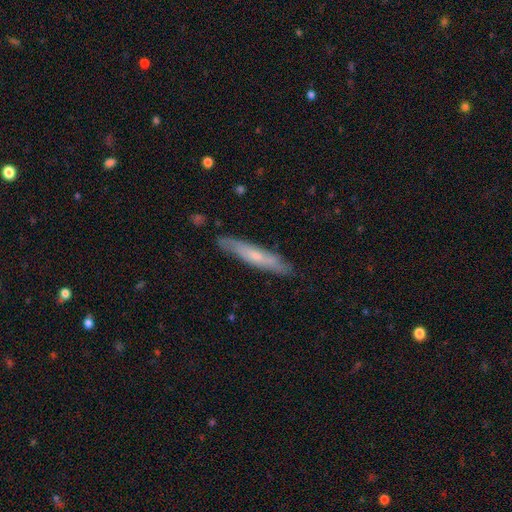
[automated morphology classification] Smooth or featured? featured or disk (48%)
Merging? none (83%)